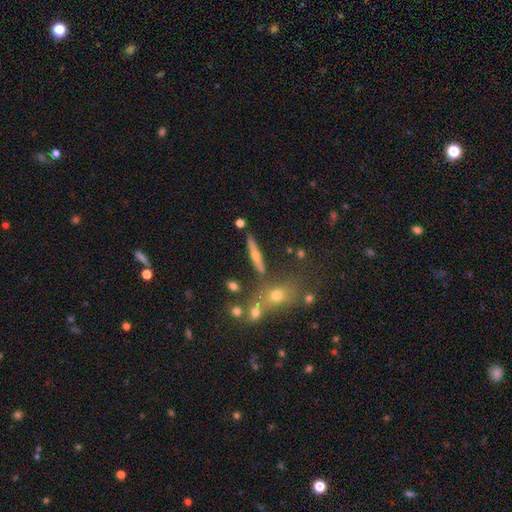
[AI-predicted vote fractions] Overall: featured or disk (58%; smooth 29%). Edge-on disk: yes (90%). Edge-on bulge: rounded (92%). Merging: none (75%).